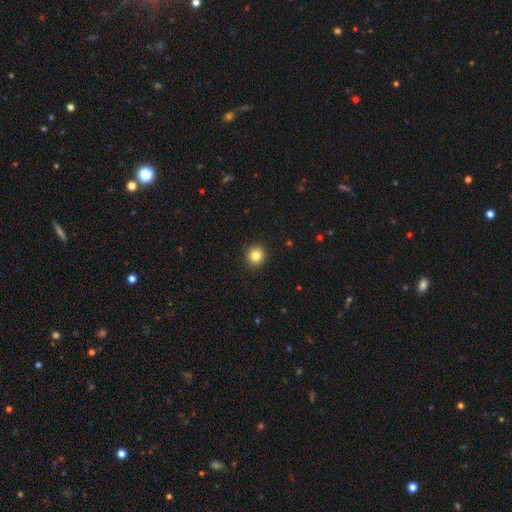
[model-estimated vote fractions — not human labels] This appears to be a smooth galaxy with no disk features (83%) that is round (93%). Merging: none (93%).